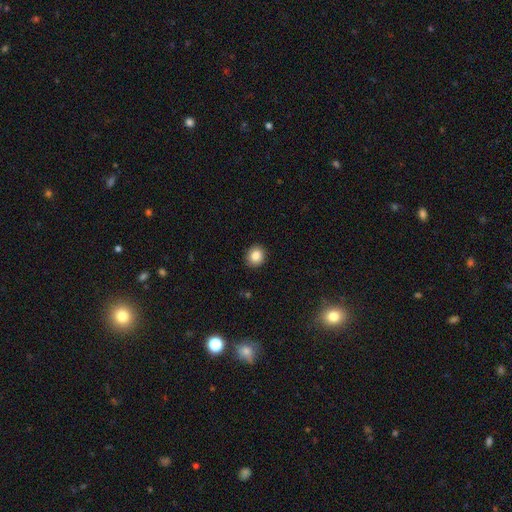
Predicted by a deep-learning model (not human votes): The model was most divided on "how rounded": round: 81%, in between: 19%, cigar-shaped: 1%. More confident: merging — none (90%); smooth or featured — smooth (86%).